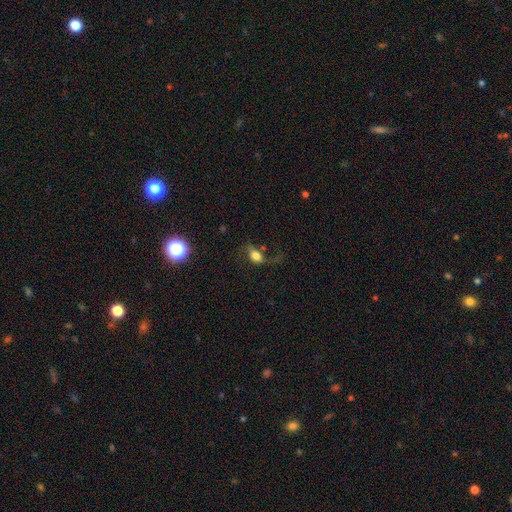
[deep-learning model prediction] Morphology: type=smooth (55%); roundness=in between (76%); merging=none (47%).